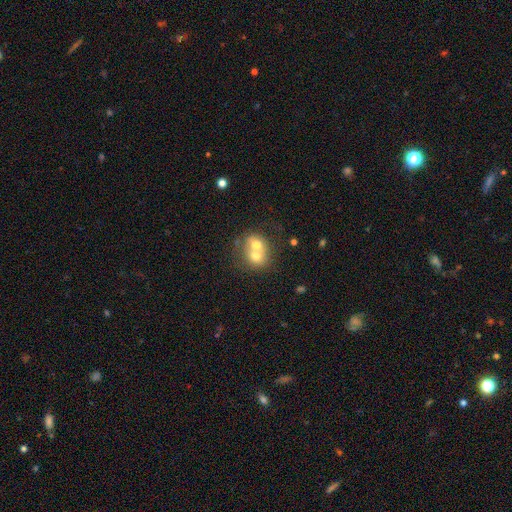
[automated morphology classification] Smooth or featured?
  - smooth: 62% *
  - featured or disk: 29%
  - star or artifact: 9%
How rounded?
  - round: 66% *
  - in between: 33%
  - cigar-shaped: 1%
Merging?
  - merger: 70% *
  - none: 21%
  - minor disturbance: 6%
  - major disturbance: 3%